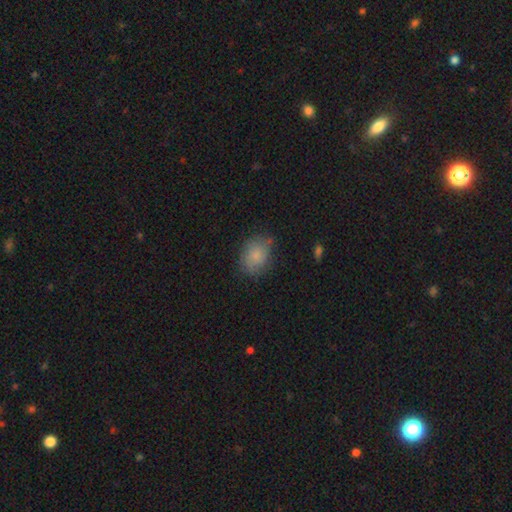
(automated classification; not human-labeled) Smooth or featured? smooth (78%)
How rounded? in between (54%)
Merging? none (67%)